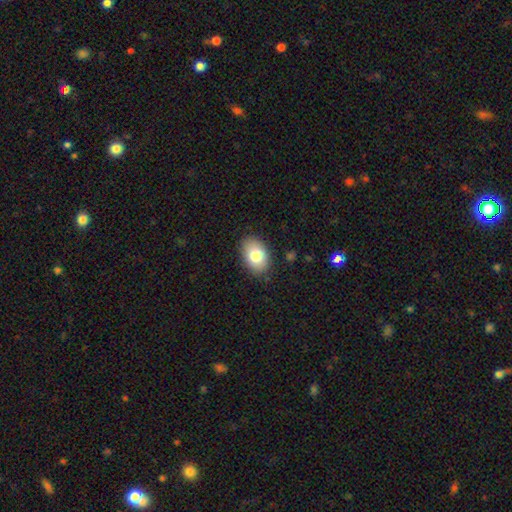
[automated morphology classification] type=smooth (80%); roundness=in between (85%); merging=none (85%).